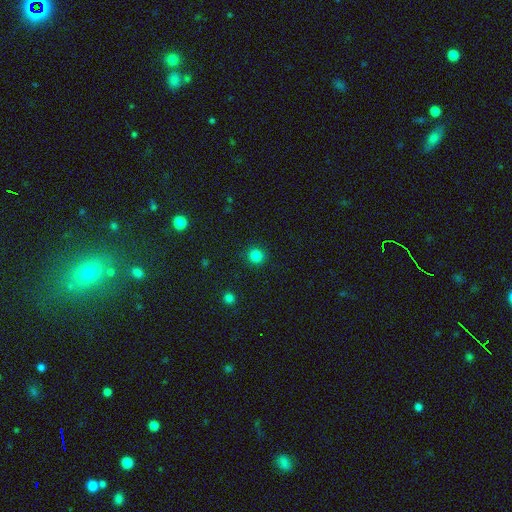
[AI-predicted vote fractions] smooth-or-featured: smooth: 83% | star or artifact: 13% | featured or disk: 4%
  how-rounded: round: 94% | in between: 5% | cigar-shaped: 1%
  merging: none: 91% | minor disturbance: 6% | major disturbance: 2% | merger: 1%